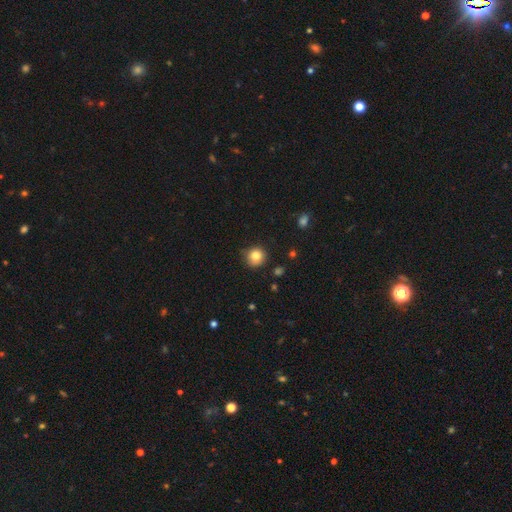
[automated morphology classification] Smooth or featured: smooth — 82% (star or artifact — 11%)
How rounded: round — 90% (in between — 9%)
Merging: none — 81% (minor disturbance — 15%)